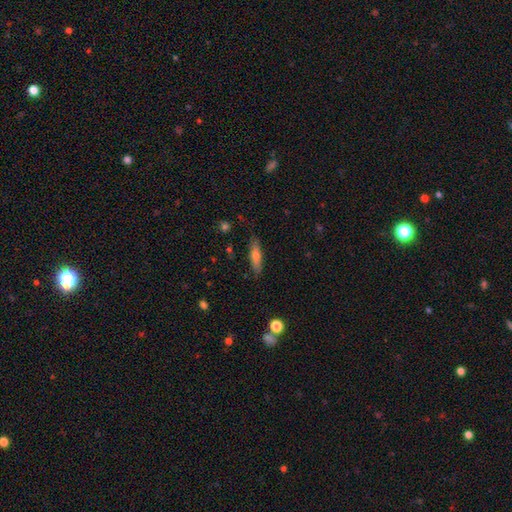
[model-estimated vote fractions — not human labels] The model was most divided on "smooth or featured": smooth: 64%, featured or disk: 30%, star or artifact: 7%. More confident: merging — none (83%); how rounded — cigar-shaped (66%).